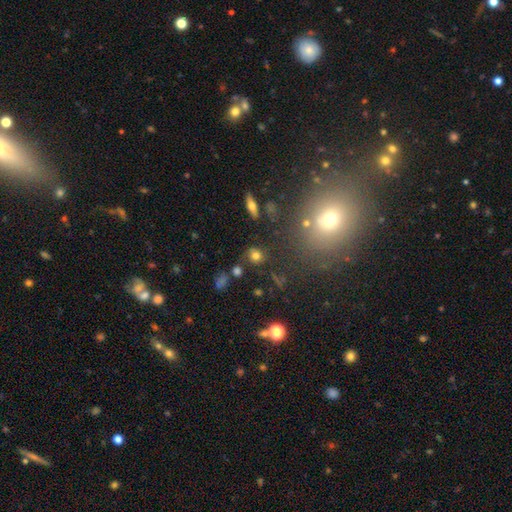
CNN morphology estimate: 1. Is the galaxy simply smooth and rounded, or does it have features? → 73% smooth, 16% star or artifact, 11% featured or disk.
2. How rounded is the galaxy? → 83% round, 15% in between, 2% cigar-shaped.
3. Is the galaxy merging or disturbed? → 76% none, 12% minor disturbance, 6% merger, 5% major disturbance.